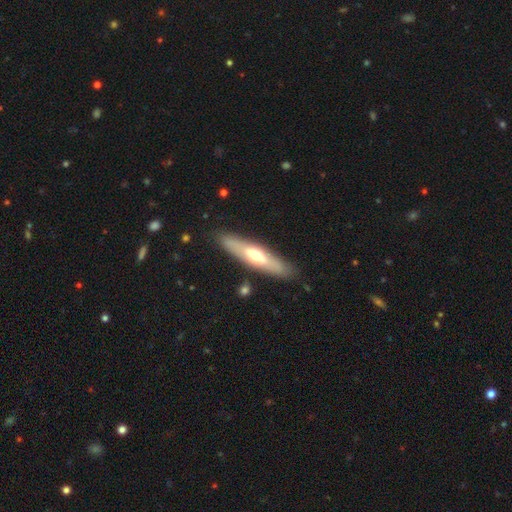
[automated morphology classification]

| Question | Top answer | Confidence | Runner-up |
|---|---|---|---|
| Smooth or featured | featured or disk | 52% | smooth (43%) |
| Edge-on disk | yes | 67% | no (33%) |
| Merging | none | 85% | minor disturbance (10%) |